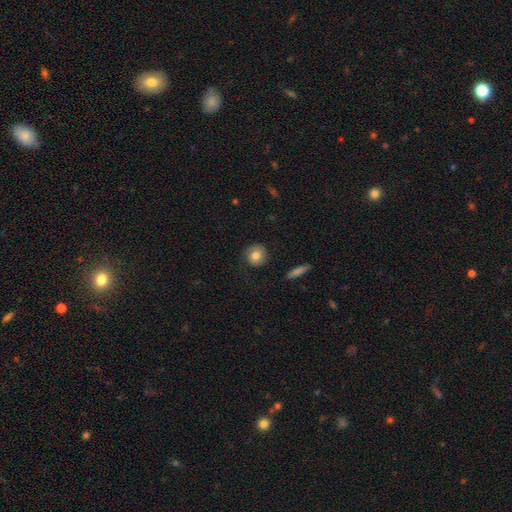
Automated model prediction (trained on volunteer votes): This appears to be a smooth galaxy with no disk features (76%) that is round (90%). Merging: none (81%).